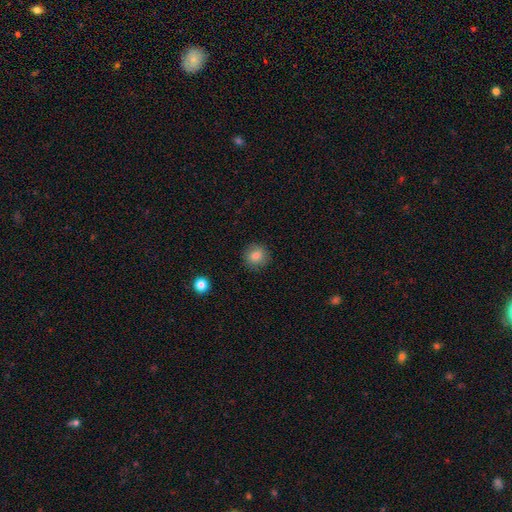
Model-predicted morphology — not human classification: Overall: smooth (80%). How rounded: round (93%). Merging: none (89%).